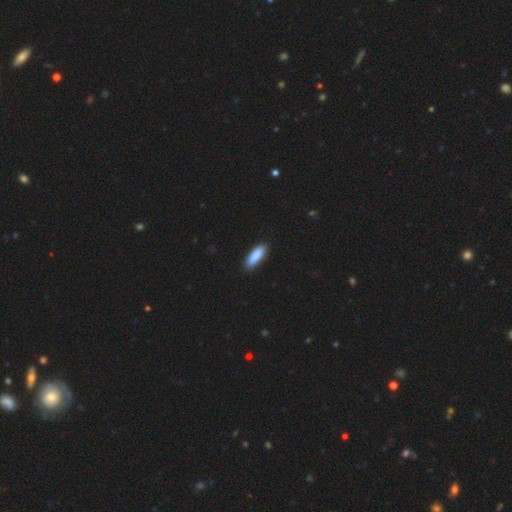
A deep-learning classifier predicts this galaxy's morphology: Q: Smooth or featured?
A: smooth (89%); runner-up: star or artifact (6%)
Q: How rounded?
A: cigar-shaped (50%); runner-up: in between (49%)
Q: Merging?
A: none (88%); runner-up: minor disturbance (10%)